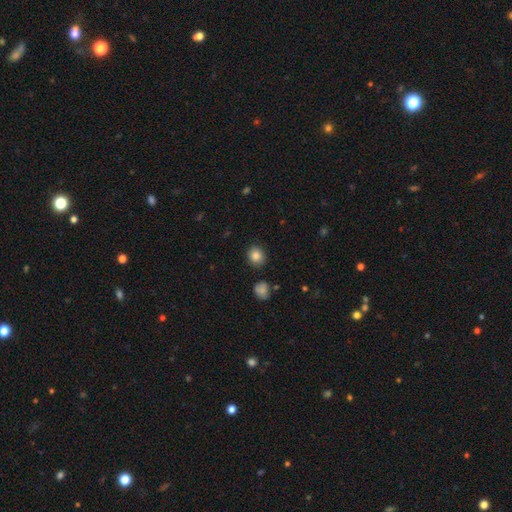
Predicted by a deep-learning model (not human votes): The model was most divided on "how rounded": round: 77%, in between: 22%, cigar-shaped: 1%. More confident: merging — none (87%); smooth or featured — smooth (85%).